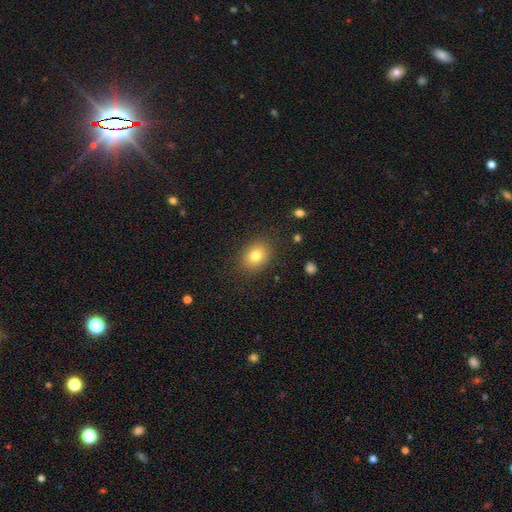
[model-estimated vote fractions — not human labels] Morphology: type=smooth (79%); roundness=in between (54%); merging=none (86%).